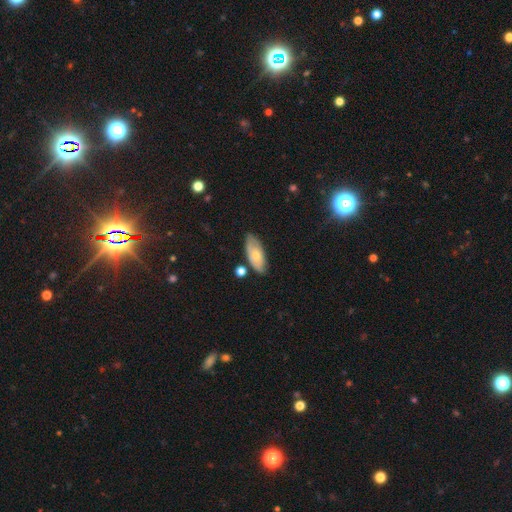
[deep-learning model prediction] This is possibly a smooth galaxy (56%). How rounded: clearly in between (85%). Merging: likely none (72%).